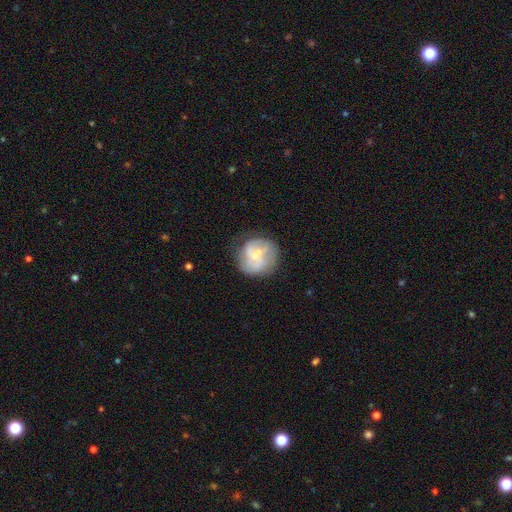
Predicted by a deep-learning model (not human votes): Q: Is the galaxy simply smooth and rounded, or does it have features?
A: featured or disk — 55%.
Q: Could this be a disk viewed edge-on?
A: no — 98%.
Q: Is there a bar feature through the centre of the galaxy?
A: no — 68%.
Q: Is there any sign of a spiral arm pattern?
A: yes — 60%.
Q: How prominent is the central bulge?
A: small — 66%.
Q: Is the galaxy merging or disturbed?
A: none — 58%.